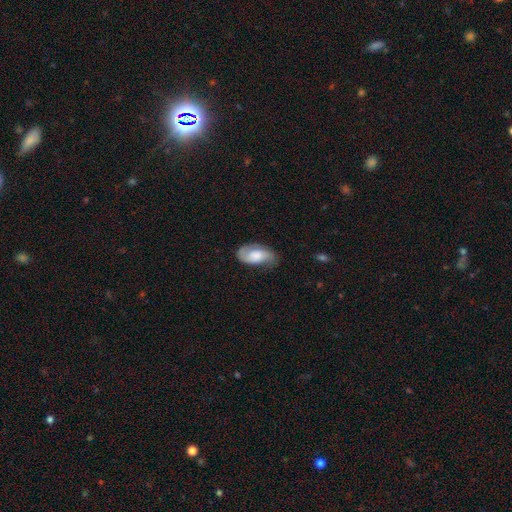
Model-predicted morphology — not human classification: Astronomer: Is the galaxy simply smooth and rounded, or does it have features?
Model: featured or disk — 47% (runner-up: smooth, 46%).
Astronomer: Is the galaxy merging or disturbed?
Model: none — 60%.